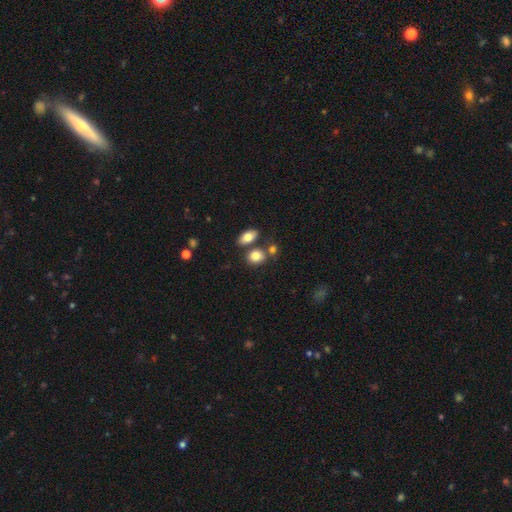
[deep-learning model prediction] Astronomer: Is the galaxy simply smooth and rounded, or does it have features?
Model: smooth — 82%.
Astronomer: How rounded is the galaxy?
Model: in between — 60% (runner-up: round, 39%).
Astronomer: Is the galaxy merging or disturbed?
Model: none — 63%.